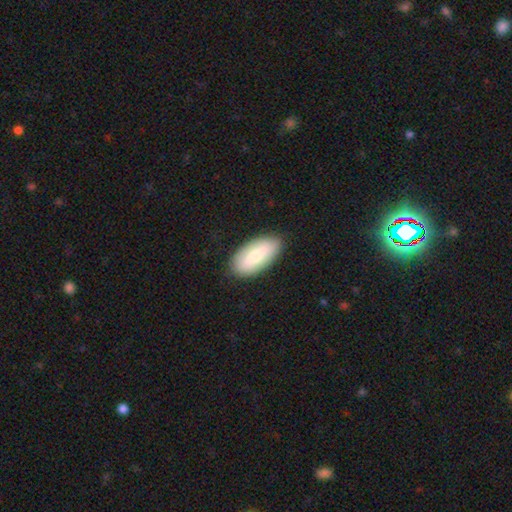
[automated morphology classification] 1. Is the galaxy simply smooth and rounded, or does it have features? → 75% smooth, 20% featured or disk, 6% star or artifact.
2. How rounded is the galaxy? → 92% in between, 6% cigar-shaped, 2% round.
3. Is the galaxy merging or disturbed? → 87% none, 10% minor disturbance, 2% major disturbance, 1% merger.